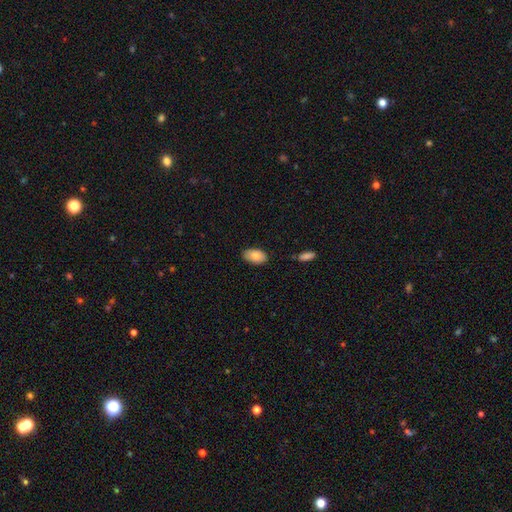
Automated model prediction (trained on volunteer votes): Smooth or featured? smooth (84%)
How rounded? in between (94%)
Merging? none (84%)